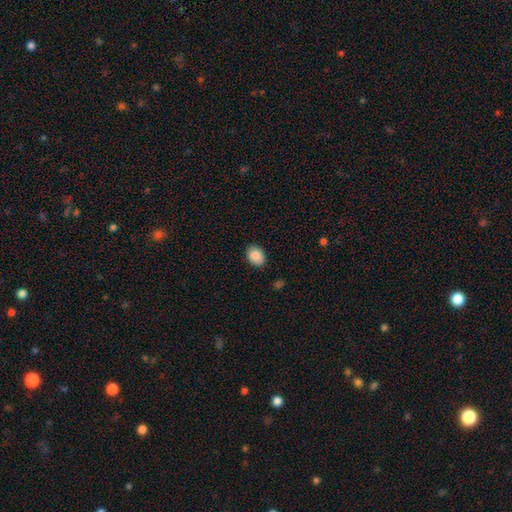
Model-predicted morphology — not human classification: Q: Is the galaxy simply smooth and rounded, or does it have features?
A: smooth — 88%.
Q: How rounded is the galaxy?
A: in between — 67%.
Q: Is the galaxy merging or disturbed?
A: none — 87%.